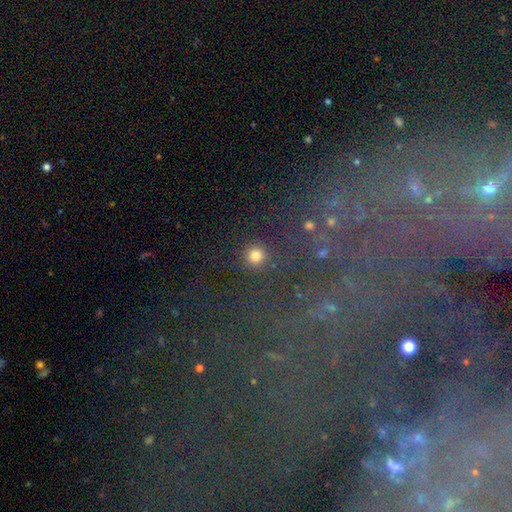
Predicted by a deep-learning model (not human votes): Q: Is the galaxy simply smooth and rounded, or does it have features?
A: smooth — 78%.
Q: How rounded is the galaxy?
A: round — 95%.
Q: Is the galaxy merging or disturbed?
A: none — 86%.